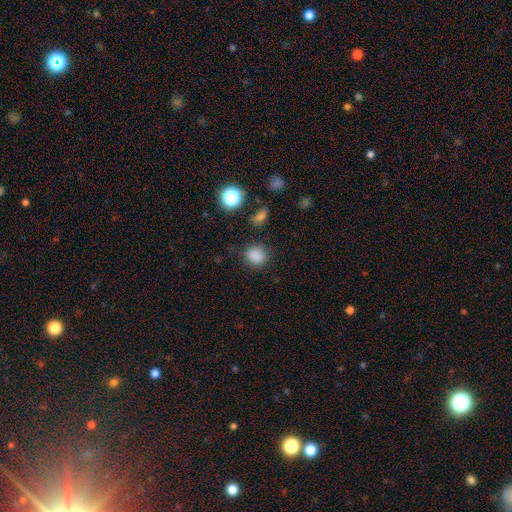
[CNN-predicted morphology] smooth 83%, star or artifact 13%, featured or disk 4%. Down the decision tree: how rounded — round (73%); merging — none (83%).